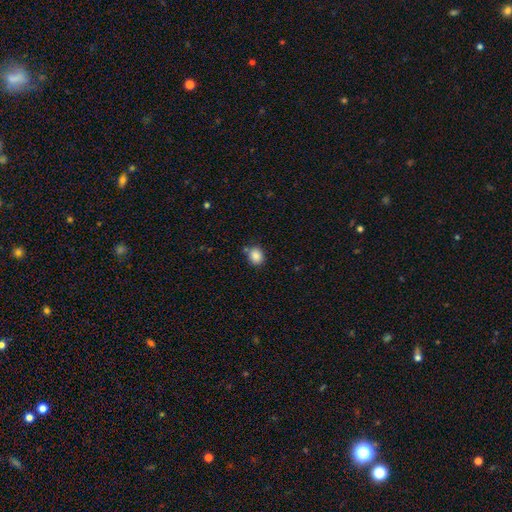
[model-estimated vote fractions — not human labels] Smooth or featured? smooth (87%)
How rounded? round (70%)
Merging? none (76%)